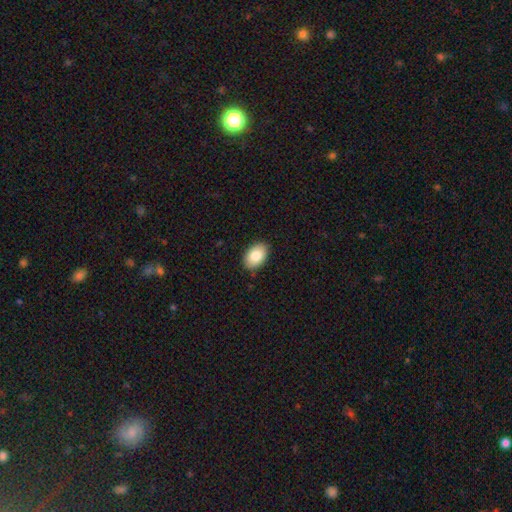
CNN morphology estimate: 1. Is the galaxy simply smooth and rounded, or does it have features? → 84% smooth, 9% featured or disk, 7% star or artifact.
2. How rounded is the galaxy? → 90% in between, 9% round, 1% cigar-shaped.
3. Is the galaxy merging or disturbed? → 88% none, 9% minor disturbance, 2% major disturbance, 1% merger.